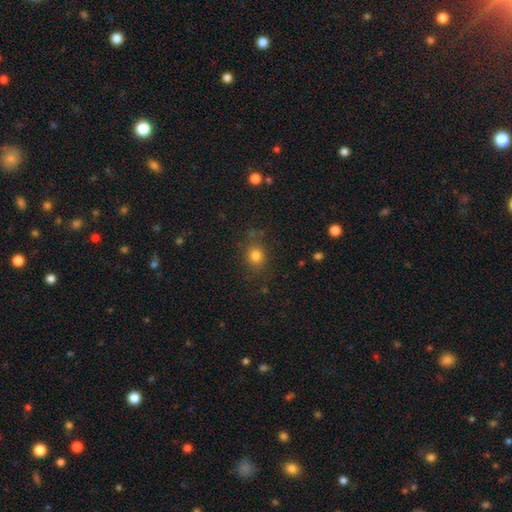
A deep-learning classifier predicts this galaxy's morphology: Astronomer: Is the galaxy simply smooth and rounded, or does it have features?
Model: smooth — 80%.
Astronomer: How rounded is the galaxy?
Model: round — 69%.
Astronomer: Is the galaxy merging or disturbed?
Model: none — 79%.